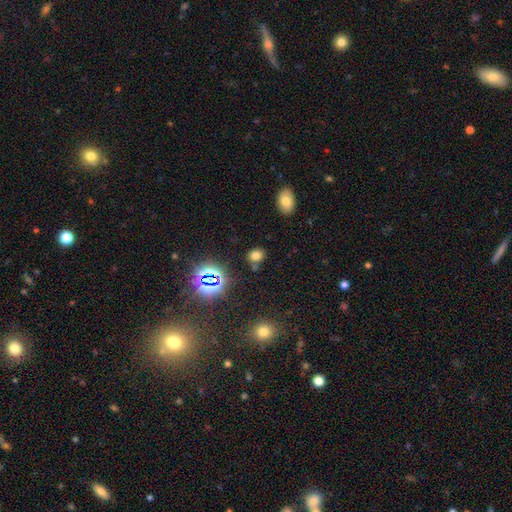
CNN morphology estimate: Smooth or featured? smooth (67%)
How rounded? round (50%)
Merging? none (75%)